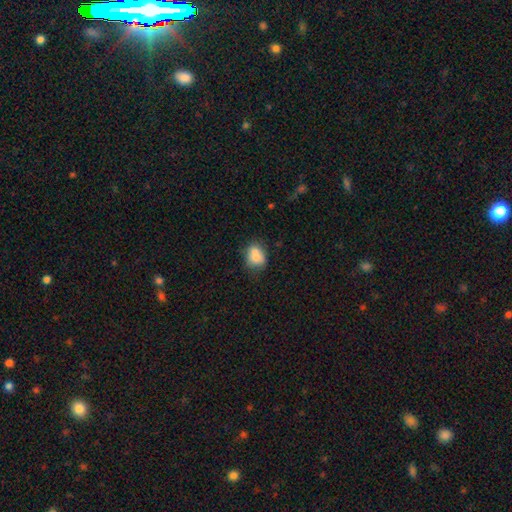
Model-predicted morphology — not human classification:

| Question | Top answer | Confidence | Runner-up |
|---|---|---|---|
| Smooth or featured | smooth | 77% | featured or disk (14%) |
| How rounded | in between | 51% | round (48%) |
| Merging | none | 49% | merger (25%) |